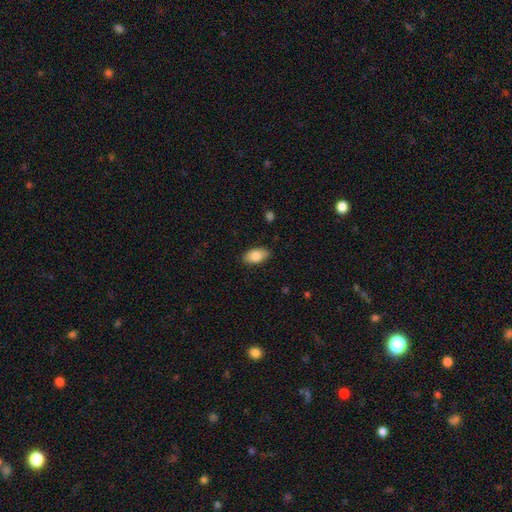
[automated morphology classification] type=smooth (84%); roundness=in between (93%); merging=none (86%).